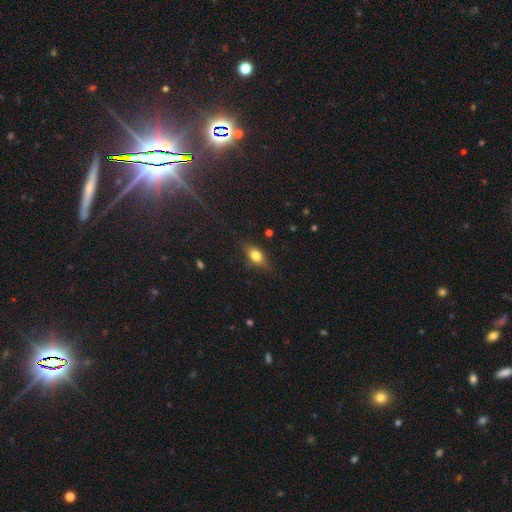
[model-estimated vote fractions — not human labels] A smooth galaxy with no disk features (71%) that is in between round and cigar-shaped (75%).

Vote fractions:
- Smooth or featured? smooth: 71% / featured or disk: 19% / star or artifact: 10%
- How rounded? in between: 75% / round: 13% / cigar-shaped: 12%
- Merging? none: 77% / minor disturbance: 17% / major disturbance: 4% / merger: 1%